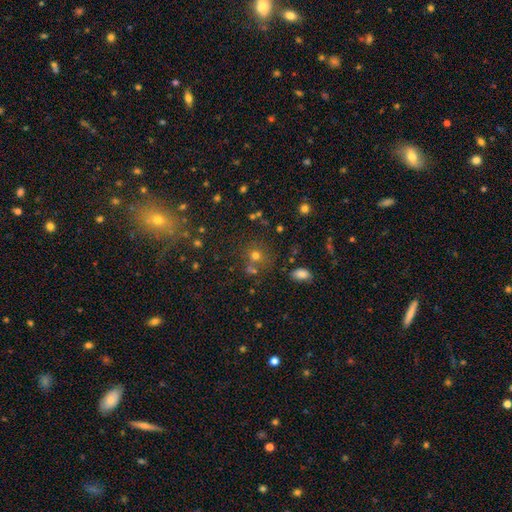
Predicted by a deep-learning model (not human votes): The model was most divided on "smooth or featured": smooth: 67%, star or artifact: 23%, featured or disk: 10%. More confident: how rounded — round (83%); merging — none (64%).